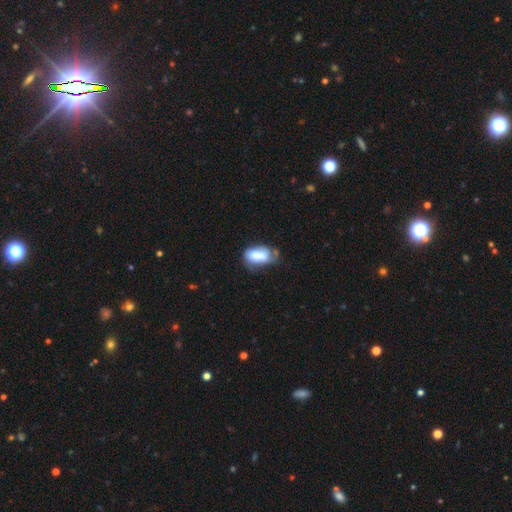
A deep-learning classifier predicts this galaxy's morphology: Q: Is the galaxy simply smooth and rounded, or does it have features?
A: smooth — 75%.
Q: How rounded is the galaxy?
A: in between — 91%.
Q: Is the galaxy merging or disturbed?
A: minor disturbance — 38%, tied with none.